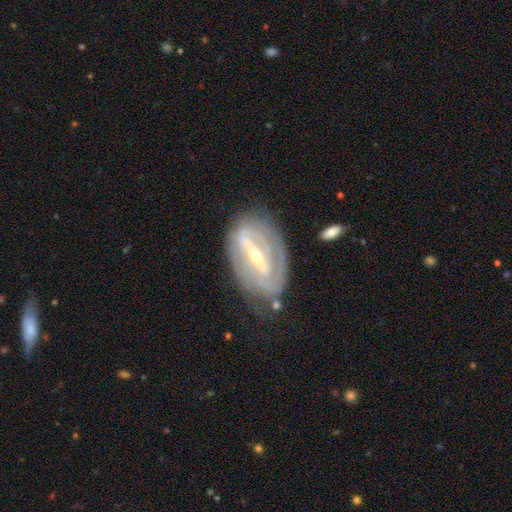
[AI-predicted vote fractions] Overall: featured or disk (86%). Edge-on disk: no (91%). Bar: strong (74%). Spiral arms: yes (86%). Spiral arm count: 2 (54%; can't tell 26%). Spiral winding: tight (61%; medium 29%). Bulge size: small (56%; moderate 41%). Merging: none (69%).